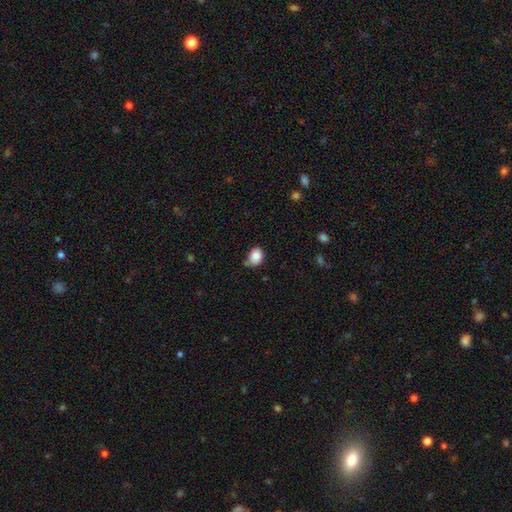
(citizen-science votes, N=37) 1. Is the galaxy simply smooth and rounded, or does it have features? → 84% smooth, 8% featured or disk, 8% star or artifact.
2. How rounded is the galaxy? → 61% in between, 39% round, 0% cigar-shaped.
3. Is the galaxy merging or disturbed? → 68% none, 15% minor disturbance, 9% major disturbance, 9% merger.